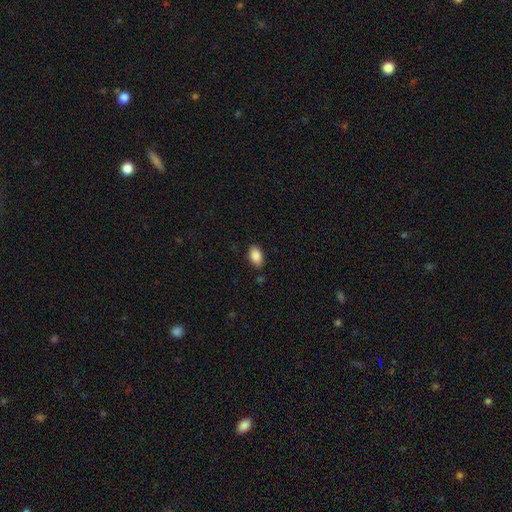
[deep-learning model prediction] smooth-or-featured: smooth: 88% | star or artifact: 7% | featured or disk: 5%
  how-rounded: in between: 92% | round: 6% | cigar-shaped: 2%
  merging: none: 85% | minor disturbance: 11% | major disturbance: 2% | merger: 2%